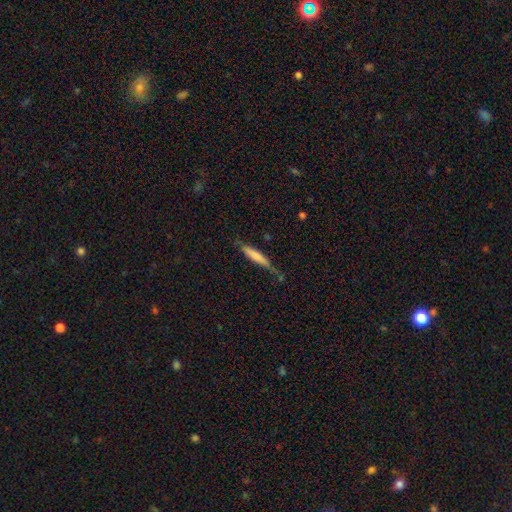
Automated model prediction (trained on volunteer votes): smooth-or-featured: smooth: 71% | featured or disk: 23% | star or artifact: 6%
  how-rounded: cigar-shaped: 86% | in between: 13% | round: 1%
  merging: none: 60% | minor disturbance: 28% | major disturbance: 8% | merger: 4%